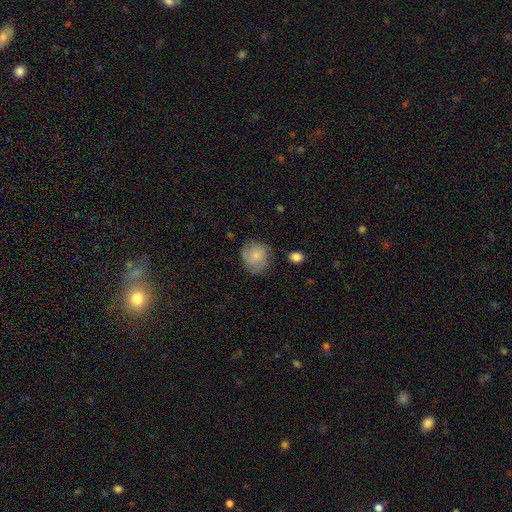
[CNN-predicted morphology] type=smooth (58%); roundness=round (81%); merging=none (69%).